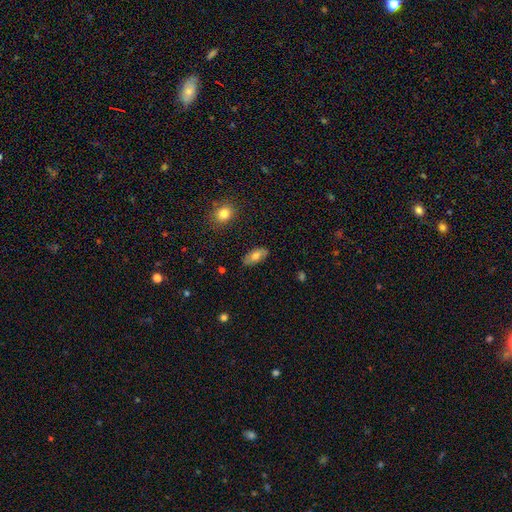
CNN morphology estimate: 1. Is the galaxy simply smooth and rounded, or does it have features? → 71% smooth, 22% featured or disk, 7% star or artifact.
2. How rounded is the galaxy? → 89% in between, 8% cigar-shaped, 3% round.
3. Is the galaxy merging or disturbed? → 85% none, 11% minor disturbance, 2% major disturbance, 1% merger.